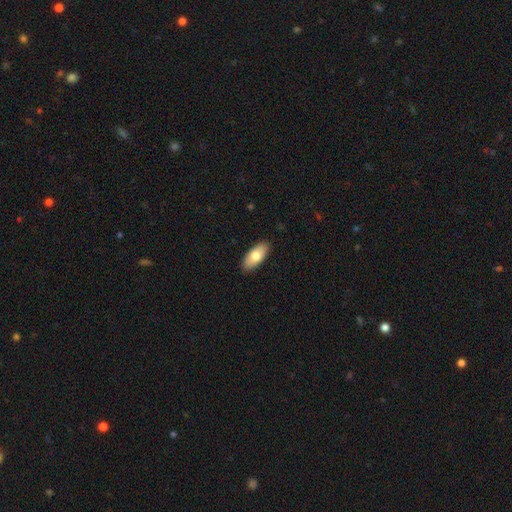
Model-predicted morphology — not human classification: This appears to be a smooth galaxy with no disk features (80%) that is in between round and cigar-shaped (87%). Merging: none (89%).